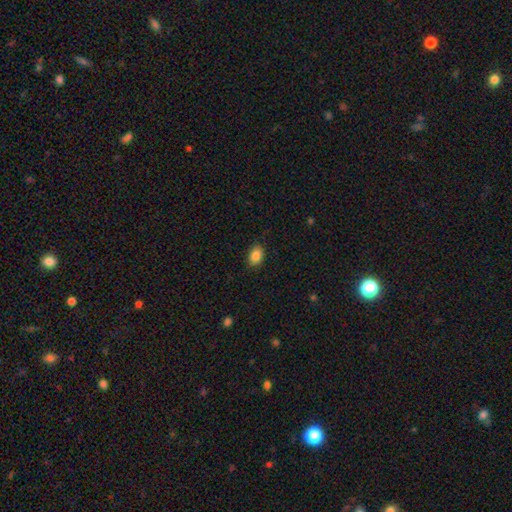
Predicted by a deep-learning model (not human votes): A smooth galaxy with no disk features (88%) that is in between round and cigar-shaped (83%).

Vote fractions:
- Smooth or featured? smooth: 88% / star or artifact: 8% / featured or disk: 4%
- How rounded? in between: 83% / round: 16% / cigar-shaped: 1%
- Merging? none: 87% / minor disturbance: 9% / major disturbance: 2% / merger: 1%